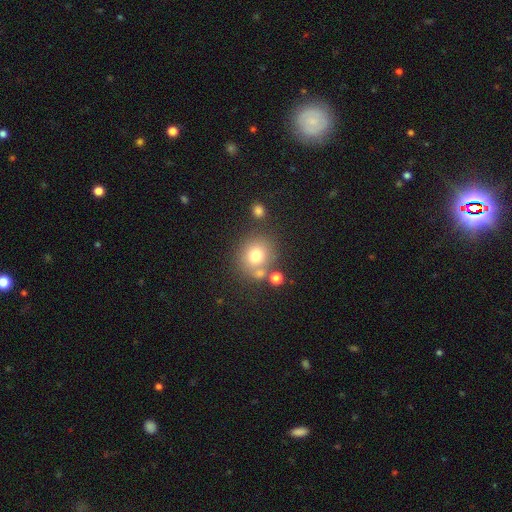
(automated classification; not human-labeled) smooth_or_featured: smooth (p=0.74) [alt: star or artifact p=0.13]
how_rounded: round (p=0.84) [alt: in between p=0.15]
merging: none (p=0.66) [alt: merger p=0.17]